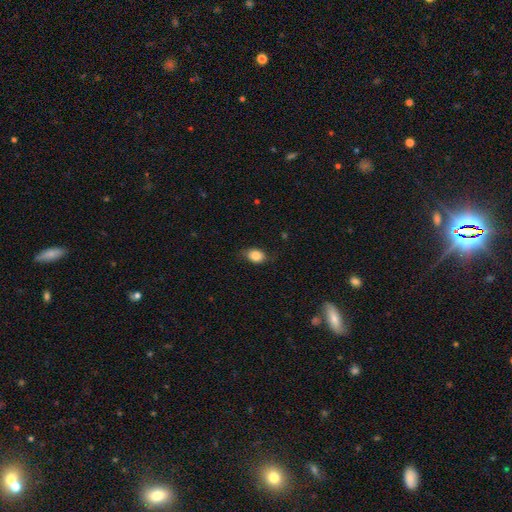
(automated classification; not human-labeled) A smooth galaxy with no disk features (84%) that is in between round and cigar-shaped (70%). Merging: none (72%).